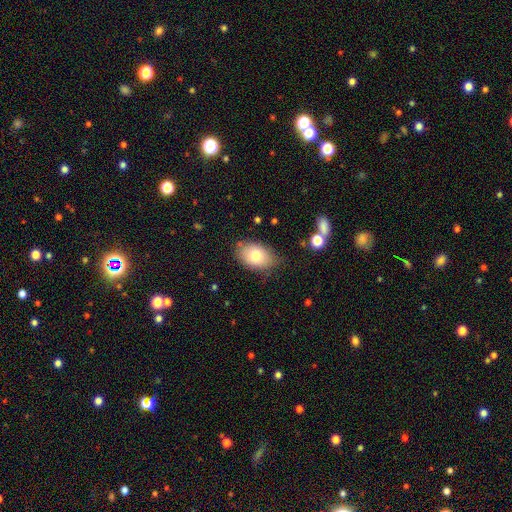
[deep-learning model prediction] Overall: smooth (78%). How rounded: in between (89%). Merging: none (75%).